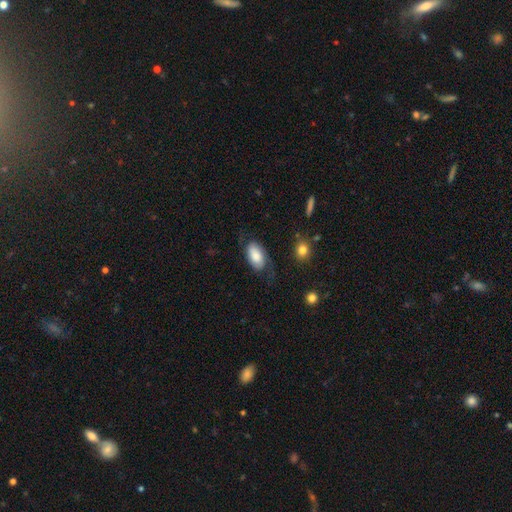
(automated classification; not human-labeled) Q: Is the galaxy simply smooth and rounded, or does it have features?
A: smooth — 72%.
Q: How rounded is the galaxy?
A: in between — 94%.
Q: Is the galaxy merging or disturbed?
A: none — 57%.